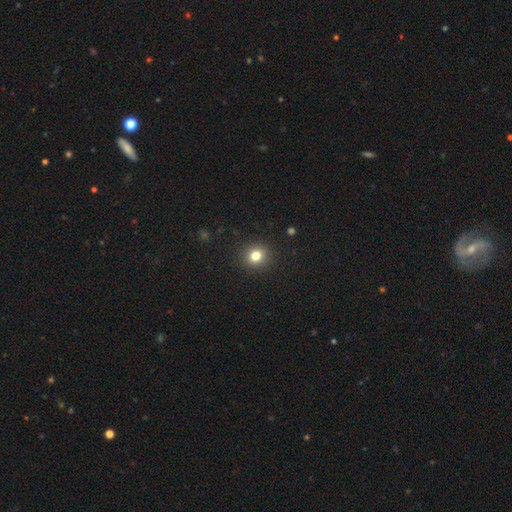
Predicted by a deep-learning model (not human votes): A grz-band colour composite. It shows a smooth galaxy with no disk features (80%) that is round (85%). Merging: none (91%).